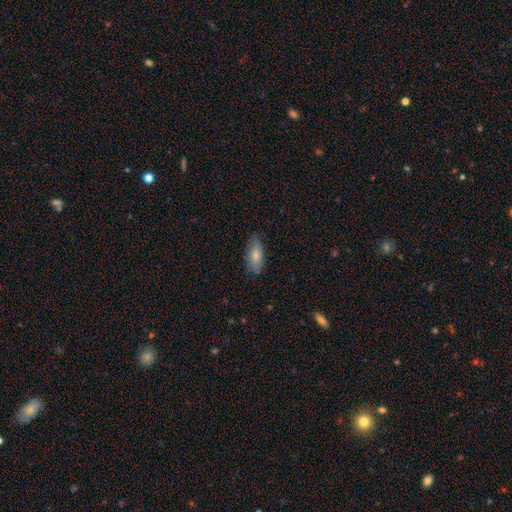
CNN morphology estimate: The model was most divided on "how rounded": in between: 79%, cigar-shaped: 18%, round: 2%. More confident: merging — none (79%); smooth or featured — smooth (78%).